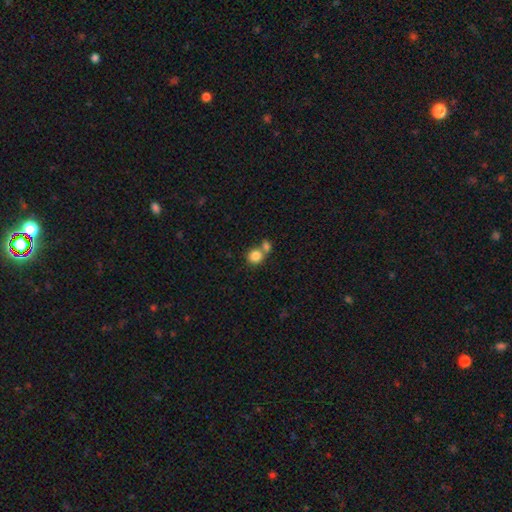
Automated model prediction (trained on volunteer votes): This is clearly a smooth galaxy (84%). How rounded: clearly round (84%). Merging: possibly none (48%).